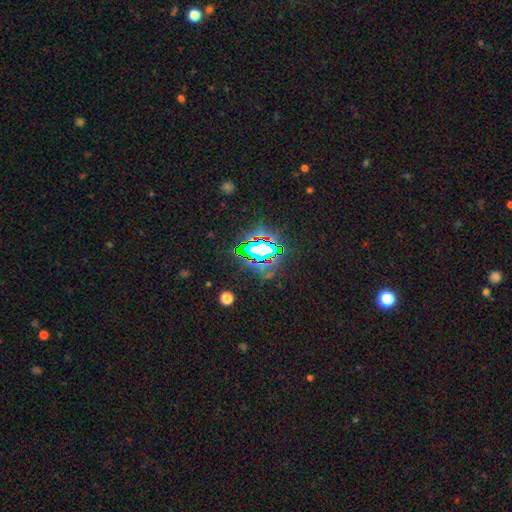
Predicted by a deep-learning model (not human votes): This appears to be a star or artifact, not a galaxy (80%).